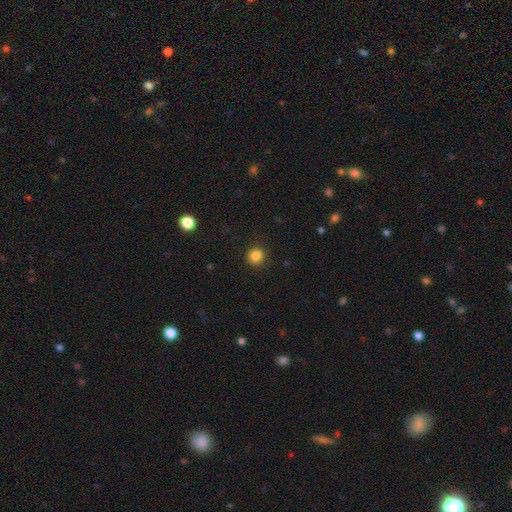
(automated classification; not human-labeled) Overall: smooth (85%). How rounded: round (92%). Merging: none (90%).